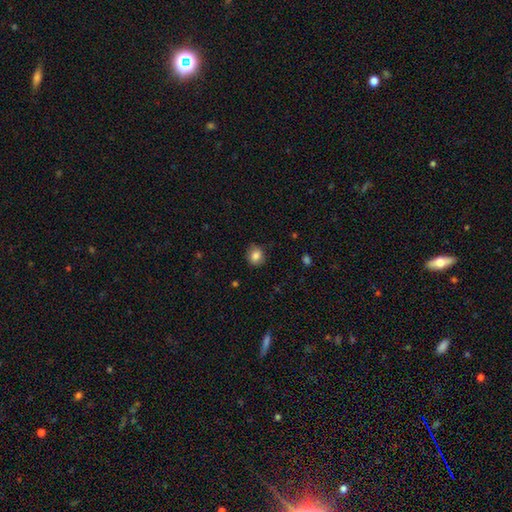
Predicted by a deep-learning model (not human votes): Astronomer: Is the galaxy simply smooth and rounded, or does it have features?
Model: smooth — 84%.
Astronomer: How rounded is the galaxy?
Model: round — 75%.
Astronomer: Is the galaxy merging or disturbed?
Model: none — 81%.